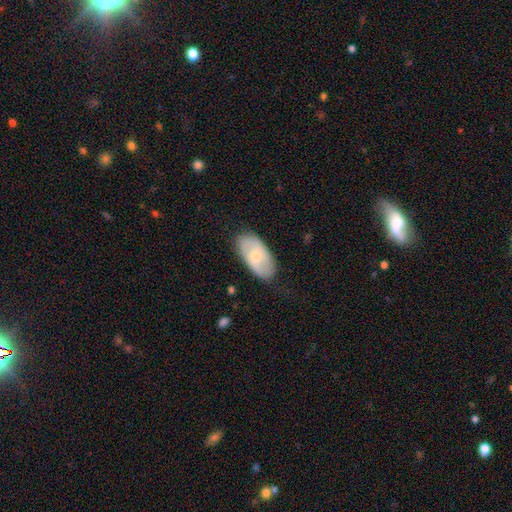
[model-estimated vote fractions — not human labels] Morphology: type=smooth (57%); roundness=in between (93%); merging=none (79%).